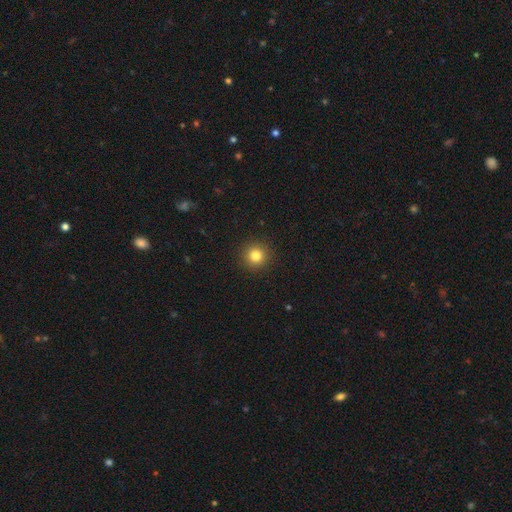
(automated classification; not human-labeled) This is clearly a smooth galaxy (82%). How rounded: clearly round (95%). Merging: clearly none (92%).